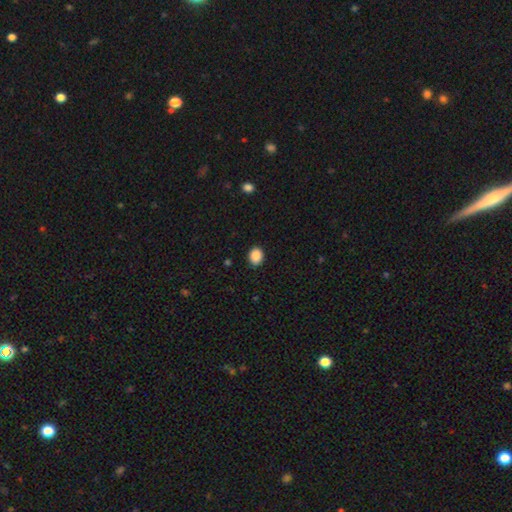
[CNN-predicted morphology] The model was most divided on "how rounded": round: 50%, in between: 49%, cigar-shaped: 1%. More confident: merging — none (90%); smooth or featured — smooth (89%).